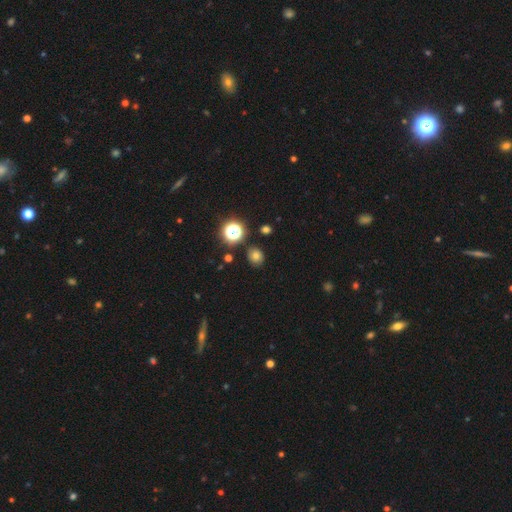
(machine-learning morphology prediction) Smooth or featured?
  - smooth: 69% *
  - star or artifact: 22%
  - featured or disk: 9%
How rounded?
  - round: 74% *
  - in between: 25%
  - cigar-shaped: 1%
Merging?
  - none: 85% *
  - minor disturbance: 9%
  - major disturbance: 3%
  - merger: 3%